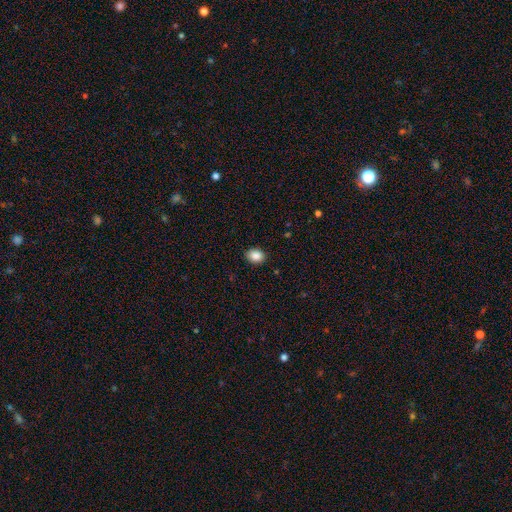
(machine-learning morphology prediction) smooth-or-featured: smooth: 87% | star or artifact: 9% | featured or disk: 4%
  how-rounded: in between: 51% | round: 48% | cigar-shaped: 1%
  merging: none: 90% | minor disturbance: 7% | major disturbance: 2% | merger: 1%